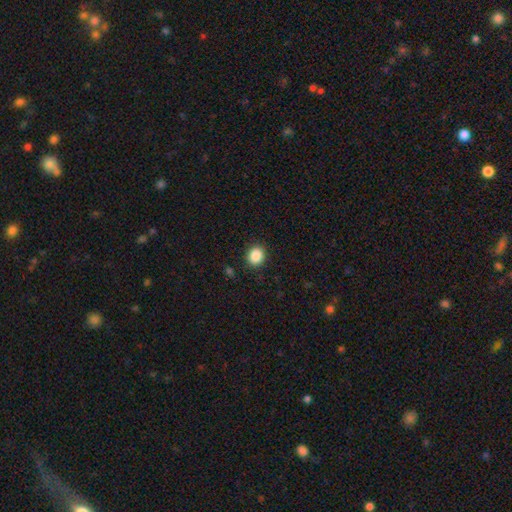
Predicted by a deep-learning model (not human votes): smooth-or-featured: smooth: 88% | star or artifact: 9% | featured or disk: 3%
  how-rounded: round: 69% | in between: 30% | cigar-shaped: 1%
  merging: none: 89% | minor disturbance: 8% | major disturbance: 2% | merger: 1%